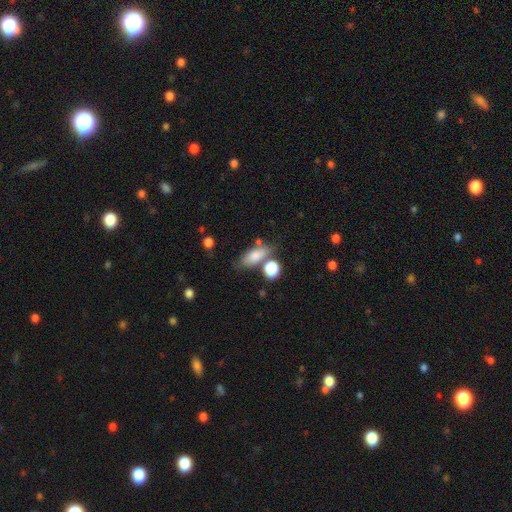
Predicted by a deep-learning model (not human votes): Smooth or featured?
  - smooth: 78% *
  - featured or disk: 13%
  - star or artifact: 9%
How rounded?
  - in between: 73% *
  - cigar-shaped: 19%
  - round: 8%
Merging?
  - none: 58% *
  - merger: 18%
  - minor disturbance: 17%
  - major disturbance: 6%